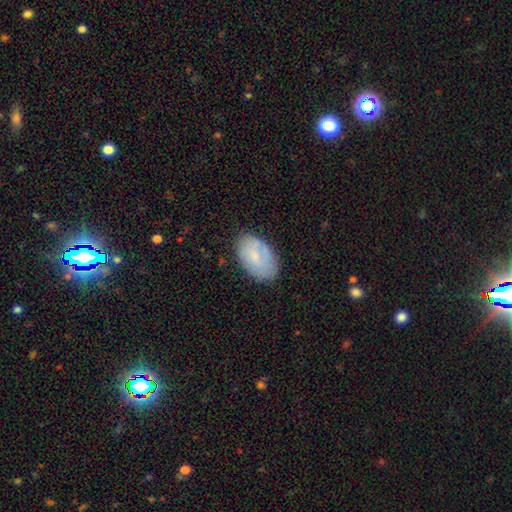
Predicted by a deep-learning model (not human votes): The model was most divided on "smooth or featured": smooth: 65%, featured or disk: 28%, star or artifact: 7%. More confident: how rounded — in between (93%); merging — none (77%).